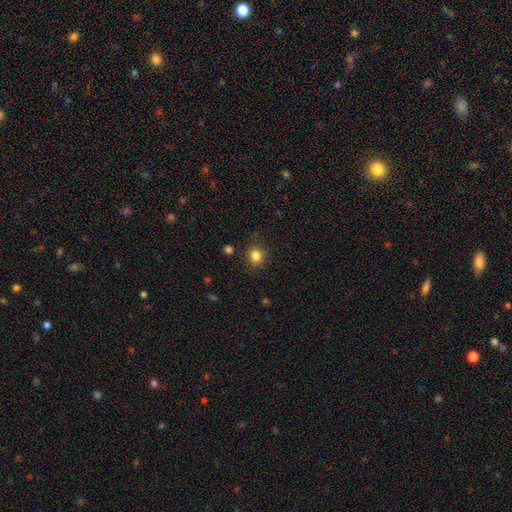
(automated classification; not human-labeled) smooth 83%, star or artifact 12%, featured or disk 5%. Down the decision tree: how rounded — round (82%); merging — none (86%).